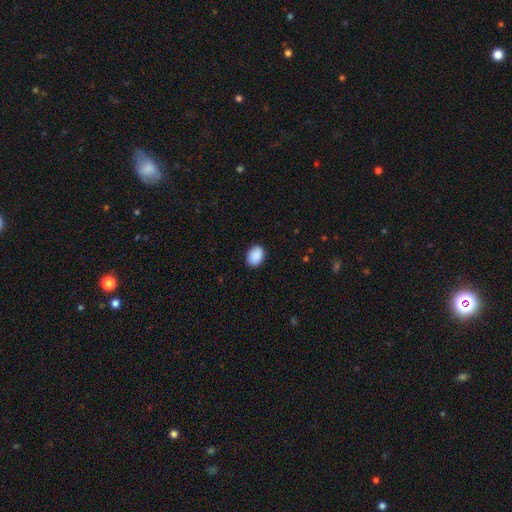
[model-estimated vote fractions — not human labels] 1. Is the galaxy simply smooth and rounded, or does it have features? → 90% smooth, 7% star or artifact, 3% featured or disk.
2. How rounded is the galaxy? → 67% in between, 32% round, 1% cigar-shaped.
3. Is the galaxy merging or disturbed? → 88% none, 9% minor disturbance, 2% major disturbance, 1% merger.